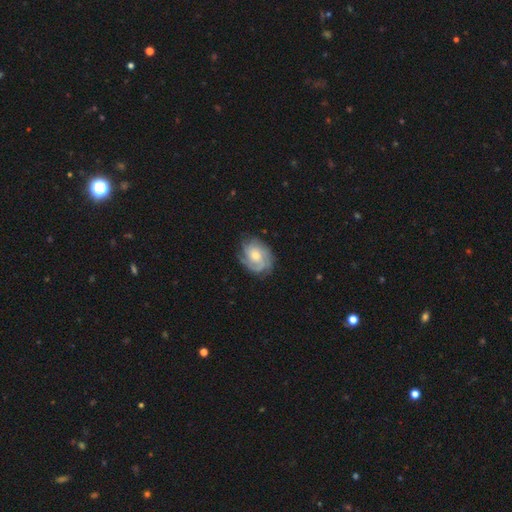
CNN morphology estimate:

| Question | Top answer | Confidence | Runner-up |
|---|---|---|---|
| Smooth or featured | featured or disk | 75% | smooth (19%) |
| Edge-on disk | no | 97% | yes (3%) |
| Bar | no | 72% | weak (24%) |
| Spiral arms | yes | 93% | no (7%) |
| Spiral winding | tight | 59% | medium (31%) |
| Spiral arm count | can't tell | 32% | 3 (27%) |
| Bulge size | moderate | 59% | small (28%) |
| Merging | none | 71% | minor disturbance (20%) |